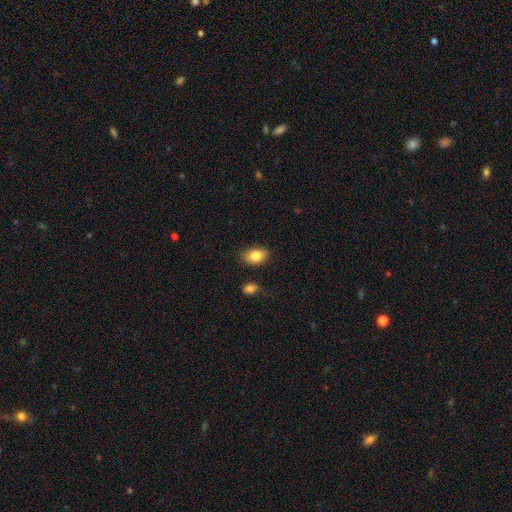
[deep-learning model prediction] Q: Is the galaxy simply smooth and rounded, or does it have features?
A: smooth — 83%.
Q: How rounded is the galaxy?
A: in between — 86%.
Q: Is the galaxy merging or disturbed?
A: none — 80%.